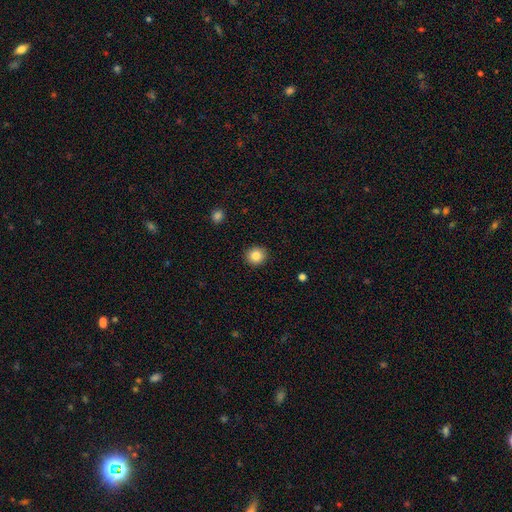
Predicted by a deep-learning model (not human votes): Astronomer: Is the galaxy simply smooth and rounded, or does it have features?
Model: smooth — 85%.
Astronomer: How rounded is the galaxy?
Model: round — 85%.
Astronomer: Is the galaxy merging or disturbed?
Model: none — 92%.